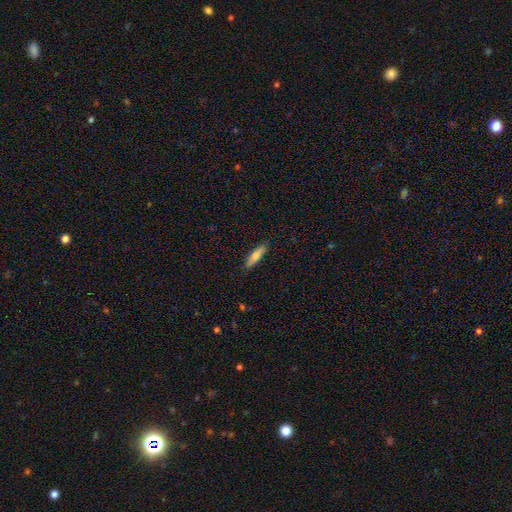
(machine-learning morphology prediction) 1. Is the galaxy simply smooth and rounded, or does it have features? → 61% smooth, 33% featured or disk, 6% star or artifact.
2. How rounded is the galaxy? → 64% cigar-shaped, 34% in between, 2% round.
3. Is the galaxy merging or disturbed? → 88% none, 10% minor disturbance, 2% major disturbance, 1% merger.